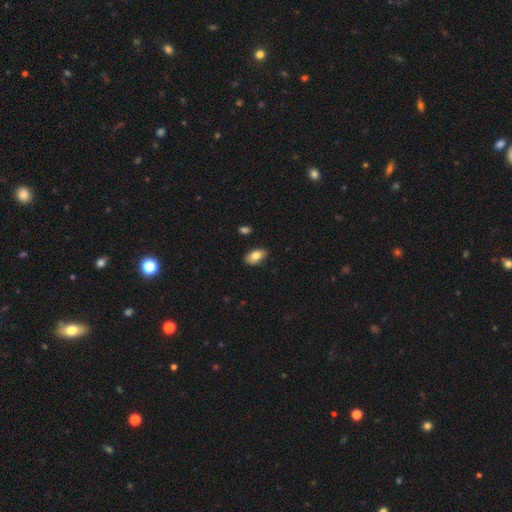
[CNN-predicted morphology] smooth 79%, featured or disk 13%, star or artifact 7%. Down the decision tree: how rounded — in between (92%); merging — none (85%).